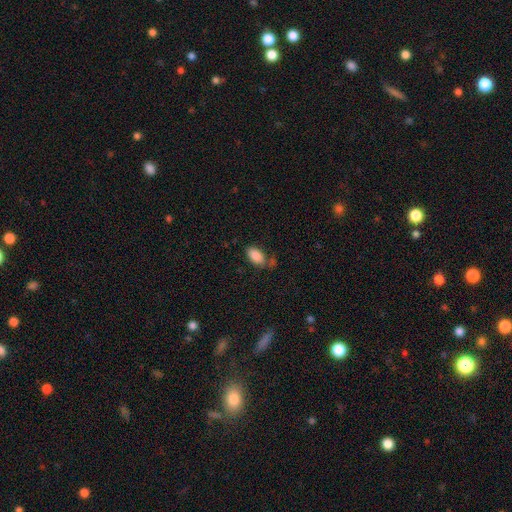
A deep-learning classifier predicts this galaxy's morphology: The model was most divided on "merging": none: 64%, minor disturbance: 20%, merger: 9%, major disturbance: 7%. More confident: how rounded — in between (94%); smooth or featured — smooth (88%).